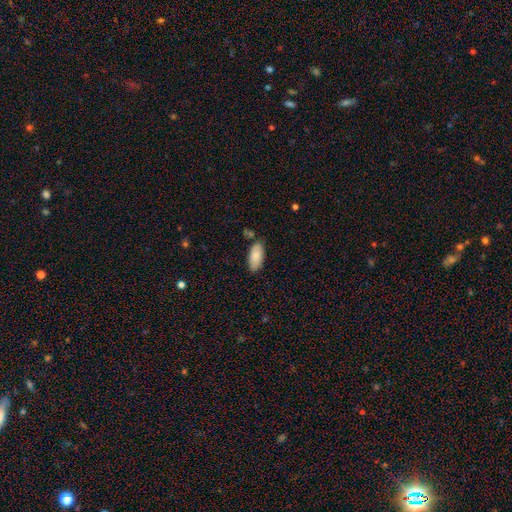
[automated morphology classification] smooth_or_featured: smooth (p=0.84) [alt: featured or disk p=0.10]
how_rounded: in between (p=0.91) [alt: cigar-shaped p=0.07]
merging: none (p=0.79) [alt: minor disturbance p=0.14]